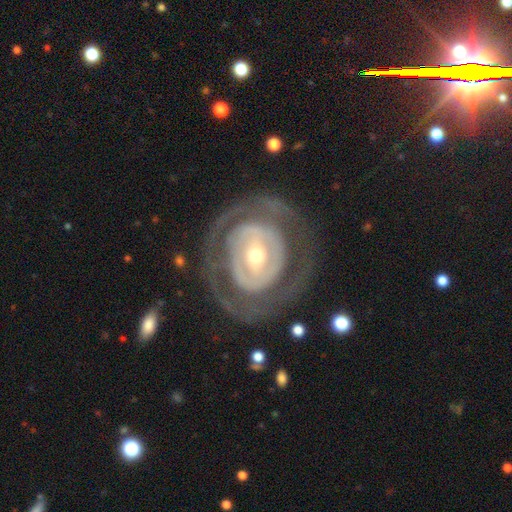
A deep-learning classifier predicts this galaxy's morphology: featured or disk 78%, smooth 17%, star or artifact 5%. Down the decision tree: edge-on disk — no (95%); bar — no (42%); spiral arms — yes (50%, tied with no); bulge size — small (51%); merging — none (70%).